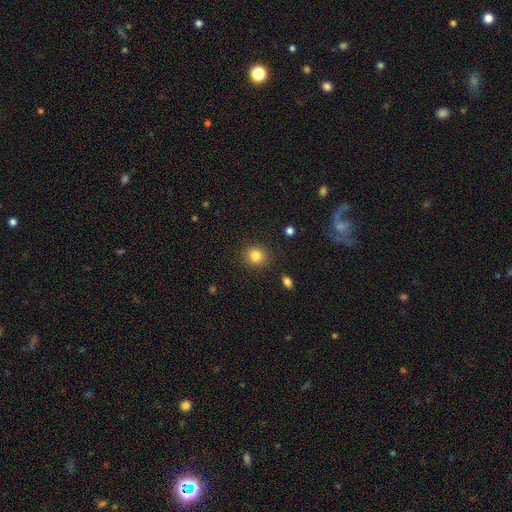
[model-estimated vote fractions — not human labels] Smooth or featured?
  - smooth: 83% *
  - star or artifact: 11%
  - featured or disk: 6%
How rounded?
  - round: 82% *
  - in between: 17%
  - cigar-shaped: 1%
Merging?
  - none: 88% *
  - minor disturbance: 8%
  - major disturbance: 2%
  - merger: 2%